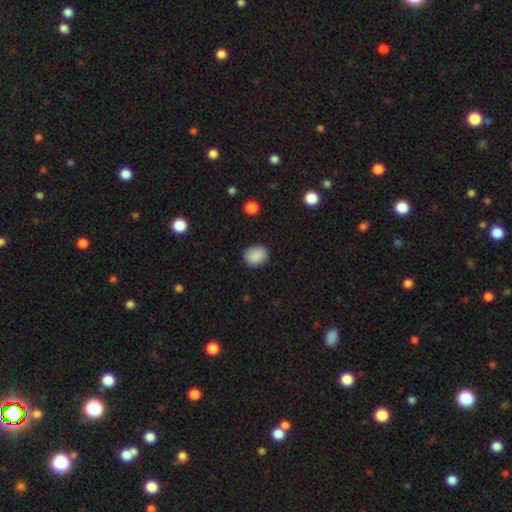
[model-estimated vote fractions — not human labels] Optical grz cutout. It shows a smooth galaxy with no disk features (88%) that is round (65%). Merging: none (82%).